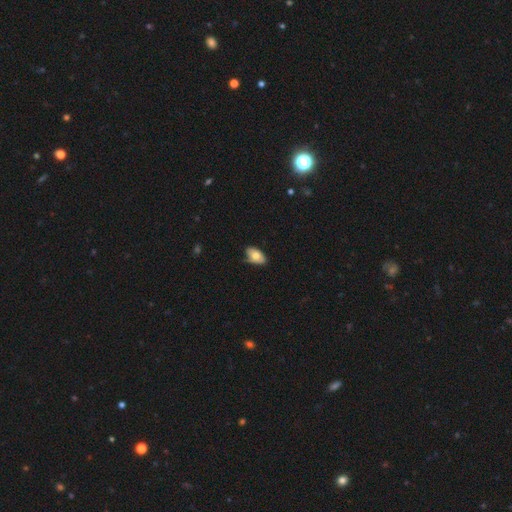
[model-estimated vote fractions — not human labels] smooth-or-featured: smooth: 71% | featured or disk: 22% | star or artifact: 7%
  how-rounded: in between: 93% | round: 5% | cigar-shaped: 2%
  merging: none: 65% | minor disturbance: 29% | major disturbance: 5% | merger: 2%